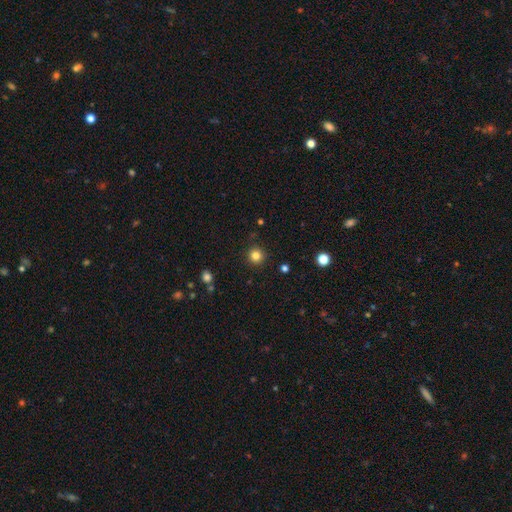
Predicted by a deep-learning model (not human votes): Morphology: type=smooth (82%); roundness=round (95%); merging=none (91%).